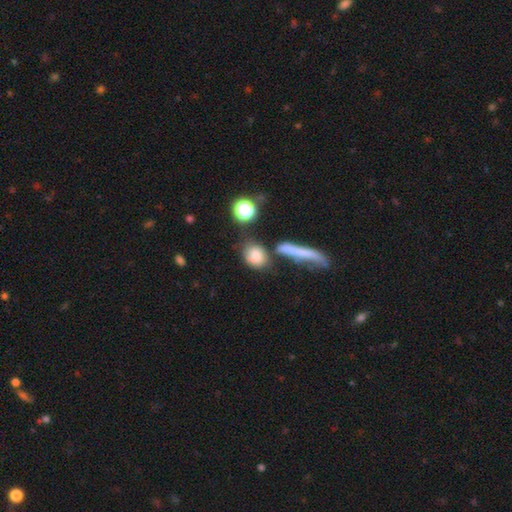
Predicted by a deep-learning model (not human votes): Smooth or featured? Predicted: smooth (p=0.77). How rounded? Predicted: round (p=0.49). Merging? Predicted: none (p=0.54).